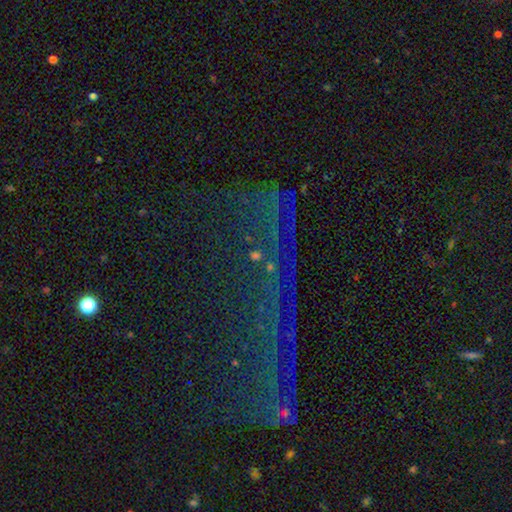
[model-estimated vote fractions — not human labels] Smooth or featured? Predicted: star or artifact (p=0.63).